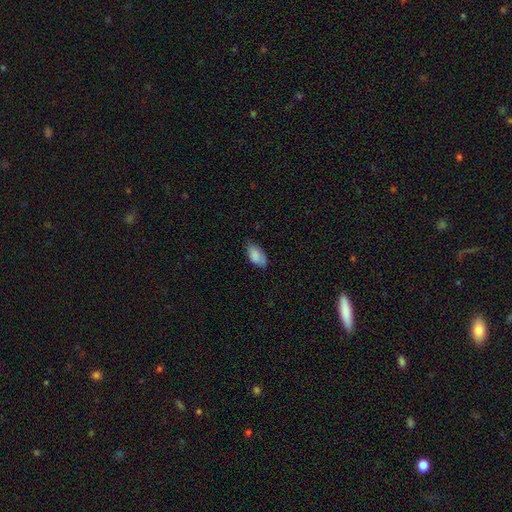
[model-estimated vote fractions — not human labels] Smooth or featured?
  - smooth: 85% *
  - featured or disk: 9%
  - star or artifact: 7%
How rounded?
  - in between: 94% *
  - cigar-shaped: 3%
  - round: 3%
Merging?
  - none: 65% *
  - minor disturbance: 28%
  - major disturbance: 5%
  - merger: 1%